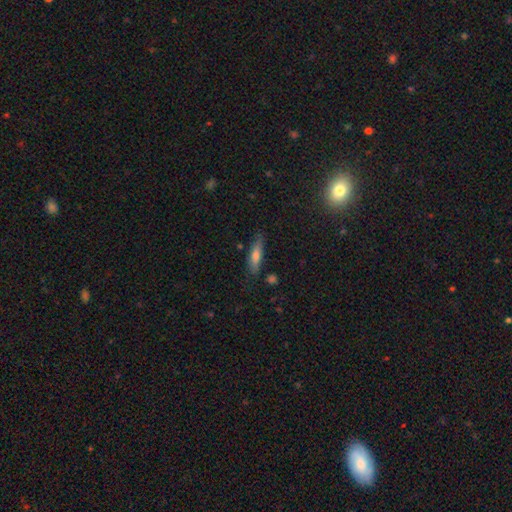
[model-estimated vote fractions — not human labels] This is likely a smooth galaxy (69%). How rounded: likely cigar-shaped (69%). Merging: likely none (78%).